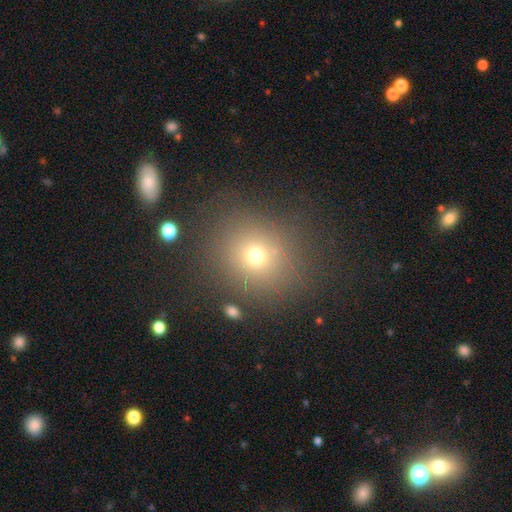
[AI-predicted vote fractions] A smooth galaxy with no disk features (68%) that is round (79%).

Vote fractions:
- Smooth or featured? smooth: 68% / star or artifact: 21% / featured or disk: 12%
- How rounded? round: 79% / in between: 20% / cigar-shaped: 1%
- Merging? none: 81% / minor disturbance: 11% / major disturbance: 6% / merger: 3%